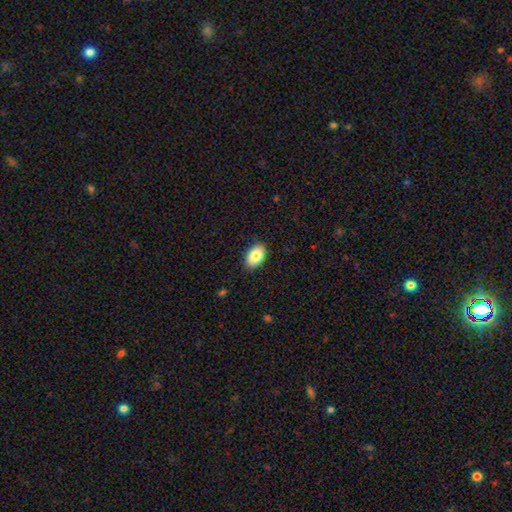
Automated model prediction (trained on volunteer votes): smooth 83%, featured or disk 9%, star or artifact 7%. Down the decision tree: how rounded — in between (89%); merging — none (87%).